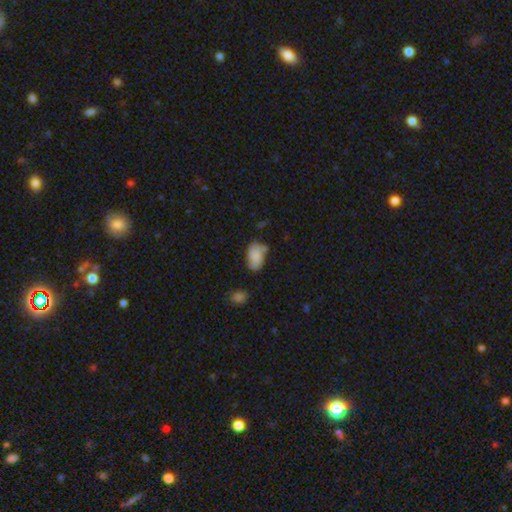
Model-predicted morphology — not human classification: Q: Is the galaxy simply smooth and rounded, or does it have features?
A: smooth — 82%.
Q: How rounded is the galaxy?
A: in between — 91%.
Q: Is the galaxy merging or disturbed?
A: none — 60%.